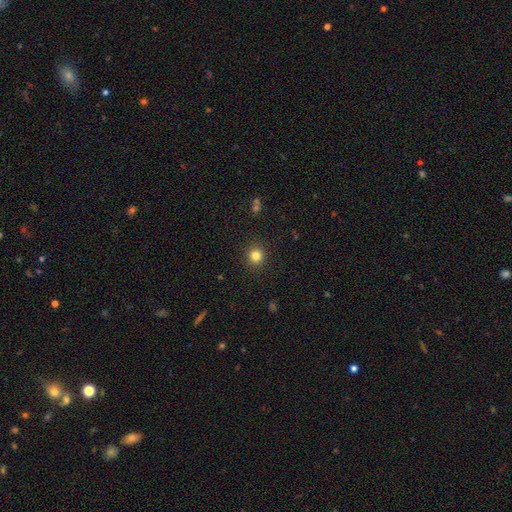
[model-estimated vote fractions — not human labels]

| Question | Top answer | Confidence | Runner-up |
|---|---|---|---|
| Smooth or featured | smooth | 81% | star or artifact (13%) |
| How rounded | round | 93% | in between (6%) |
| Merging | none | 92% | minor disturbance (5%) |